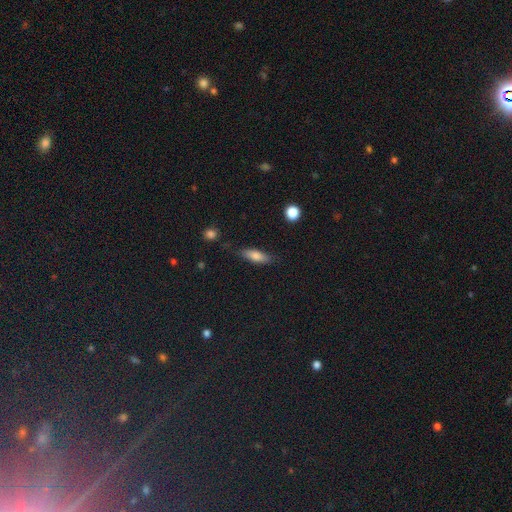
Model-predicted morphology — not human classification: Smooth or featured: smooth — 75% (featured or disk — 17%)
How rounded: in between — 56% (cigar-shaped — 41%)
Merging: none — 76% (minor disturbance — 17%)